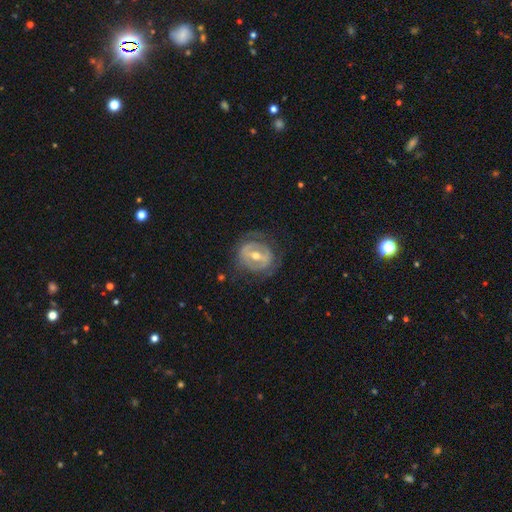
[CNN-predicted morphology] Overall: featured or disk (74%). Edge-on disk: no (94%). Bar: strong (54%; weak 32%). Spiral arms: no (59%; yes 41%). Bulge size: moderate (70%). Merging: none (69%).